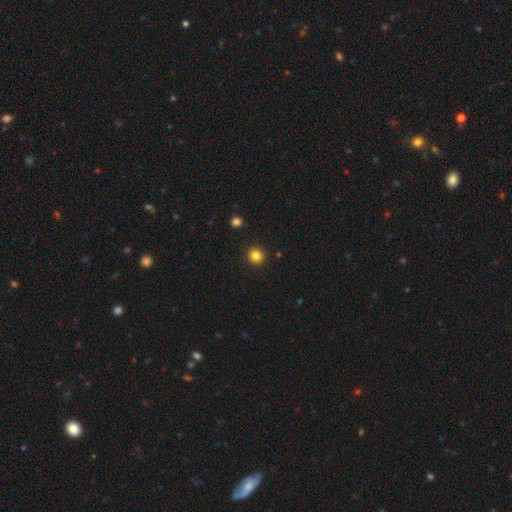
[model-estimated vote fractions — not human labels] A smooth galaxy with no disk features (84%) that is round (91%).

Vote fractions:
- Smooth or featured? smooth: 84% / star or artifact: 12% / featured or disk: 5%
- How rounded? round: 91% / in between: 8% / cigar-shaped: 1%
- Merging? none: 93% / minor disturbance: 4% / major disturbance: 2% / merger: 1%